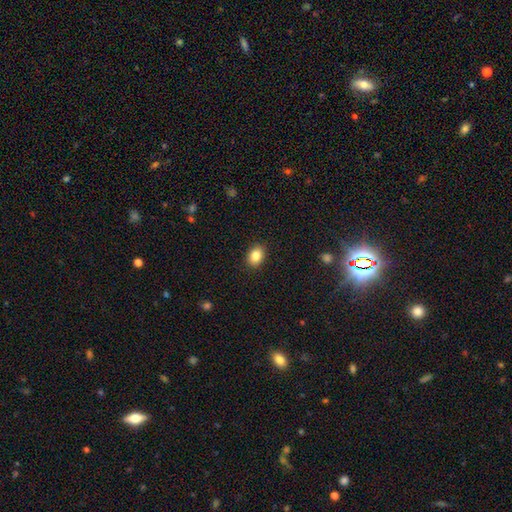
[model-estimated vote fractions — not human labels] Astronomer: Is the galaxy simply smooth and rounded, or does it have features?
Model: smooth — 86%.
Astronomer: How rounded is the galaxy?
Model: in between — 65%.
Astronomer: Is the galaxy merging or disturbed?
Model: none — 90%.